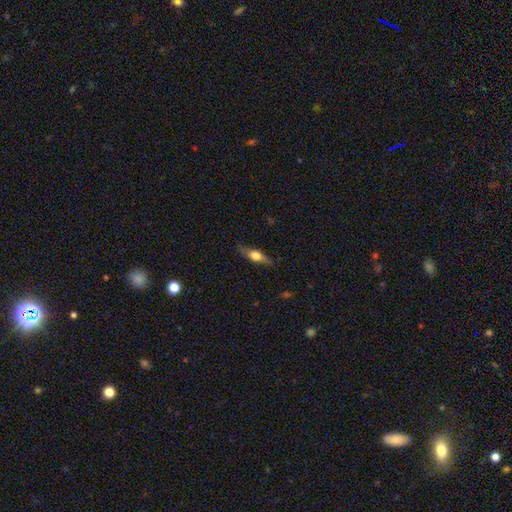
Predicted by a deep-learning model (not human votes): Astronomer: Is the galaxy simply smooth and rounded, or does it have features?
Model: smooth — 47% (runner-up: featured or disk, 46%).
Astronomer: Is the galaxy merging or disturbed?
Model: none — 82%.